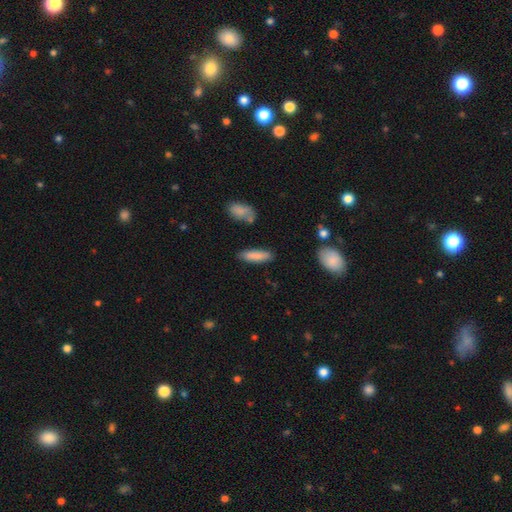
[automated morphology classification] Smooth or featured? smooth (84%)
How rounded? cigar-shaped (62%)
Merging? none (83%)